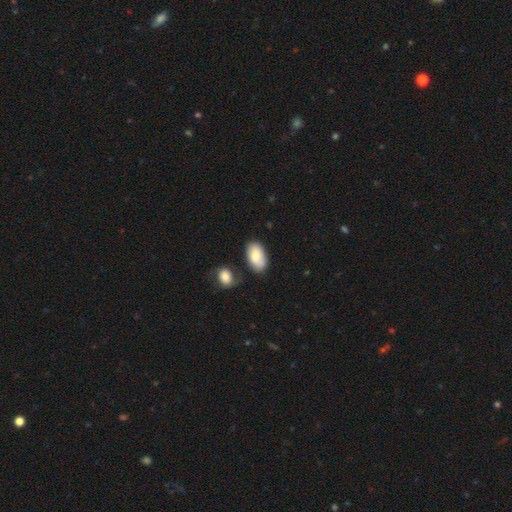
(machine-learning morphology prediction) Overall: smooth (77%). How rounded: in between (94%). Merging: none (66%).